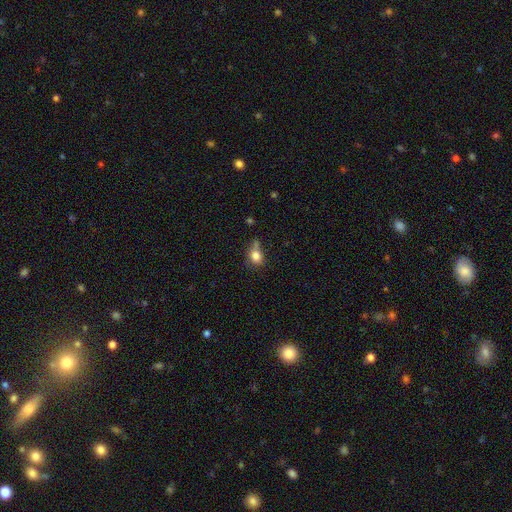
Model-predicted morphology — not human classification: Smooth or featured: smooth — 80% (star or artifact — 11%)
How rounded: round — 53% (in between — 45%)
Merging: none — 46% (minor disturbance — 28%)